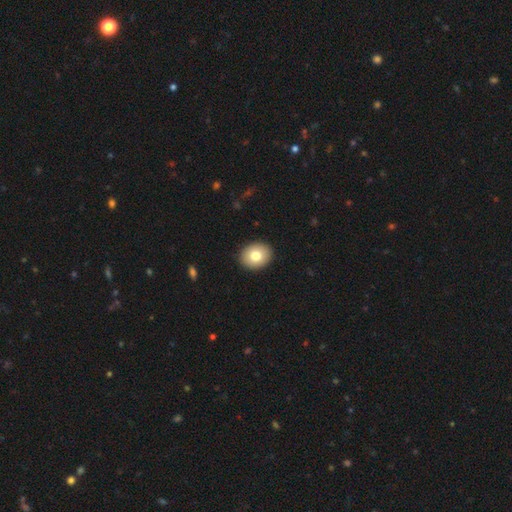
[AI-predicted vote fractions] Morphology: type=smooth (78%); roundness=round (55%); merging=none (91%).